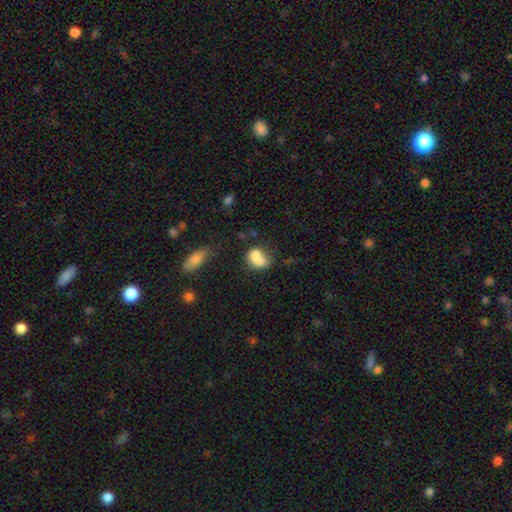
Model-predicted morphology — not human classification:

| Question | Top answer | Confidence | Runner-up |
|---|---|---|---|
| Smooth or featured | smooth | 75% | featured or disk (15%) |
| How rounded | in between | 65% | round (33%) |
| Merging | merger | 39% | none (28%) |